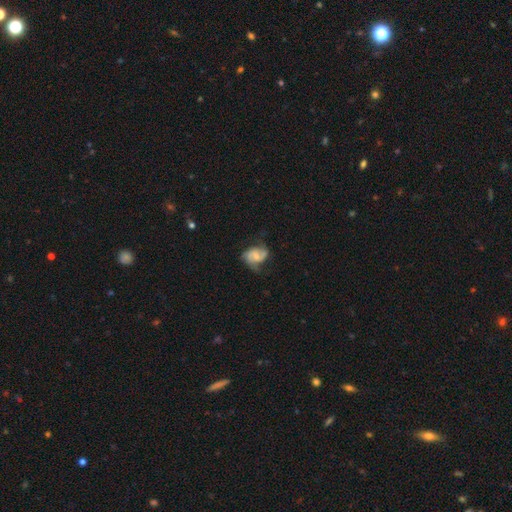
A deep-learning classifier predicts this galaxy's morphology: smooth_or_featured: featured or disk (p=0.69) [alt: smooth p=0.24]
disk_edge_on: no (p=0.98) [alt: yes p=0.02]
bar: no (p=0.52) [alt: weak p=0.39]
has_spiral_arms: yes (p=0.91) [alt: no p=0.09]
spiral_winding: medium (p=0.45) [alt: loose p=0.35]
spiral_arm_count: 2 (p=0.78) [alt: can't tell p=0.09]
bulge_size: small (p=0.47) [alt: moderate p=0.41]
merging: none (p=0.55) [alt: minor disturbance p=0.27]